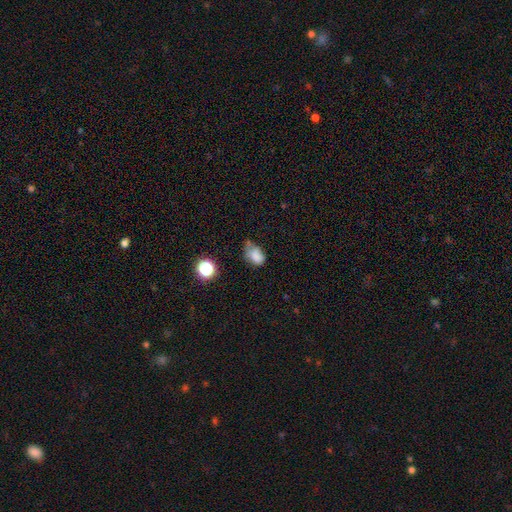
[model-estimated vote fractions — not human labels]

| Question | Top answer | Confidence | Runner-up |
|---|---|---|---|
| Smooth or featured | smooth | 74% | star or artifact (14%) |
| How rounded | in between | 78% | round (20%) |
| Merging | minor disturbance | 38% | none (37%) |